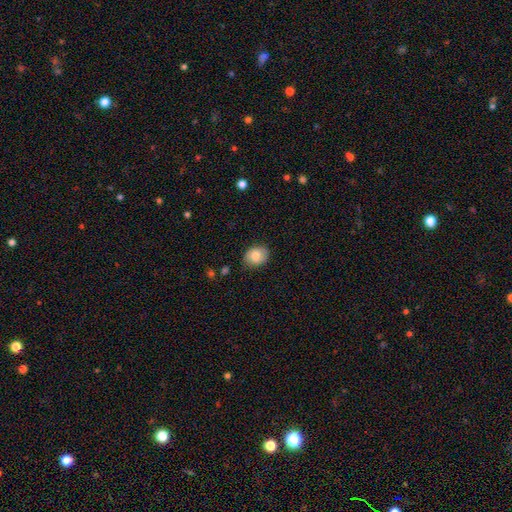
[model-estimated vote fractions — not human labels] smooth_or_featured: smooth (p=0.82) [alt: featured or disk p=0.11]
how_rounded: round (p=0.51) [alt: in between p=0.49]
merging: none (p=0.80) [alt: minor disturbance p=0.15]